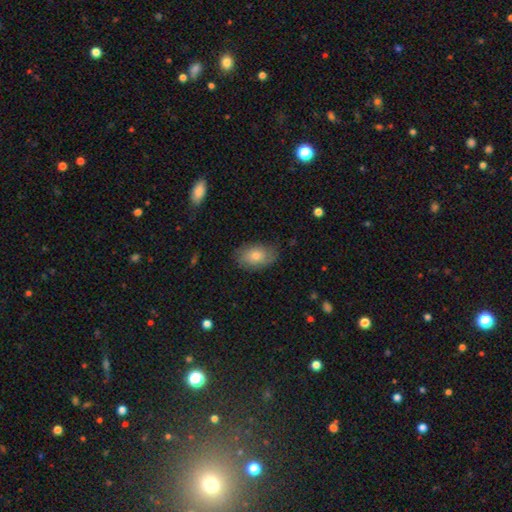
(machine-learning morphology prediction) smooth 69%, featured or disk 22%, star or artifact 9%. Down the decision tree: how rounded — in between (90%); merging — none (76%).